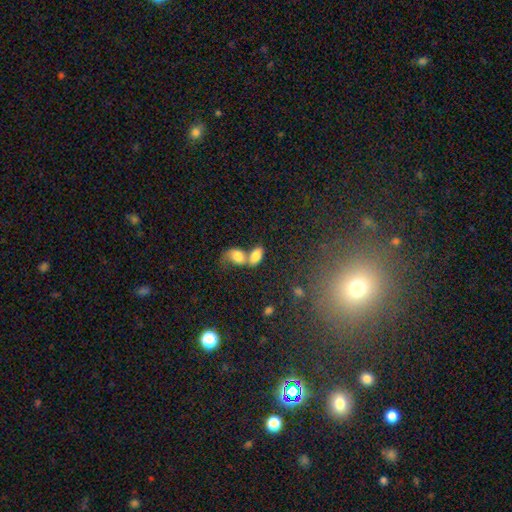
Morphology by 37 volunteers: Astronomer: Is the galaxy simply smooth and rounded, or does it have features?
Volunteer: smooth — 78%.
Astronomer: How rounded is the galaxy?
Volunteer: in between — 93%.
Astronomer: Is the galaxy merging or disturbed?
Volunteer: merger — 65%.